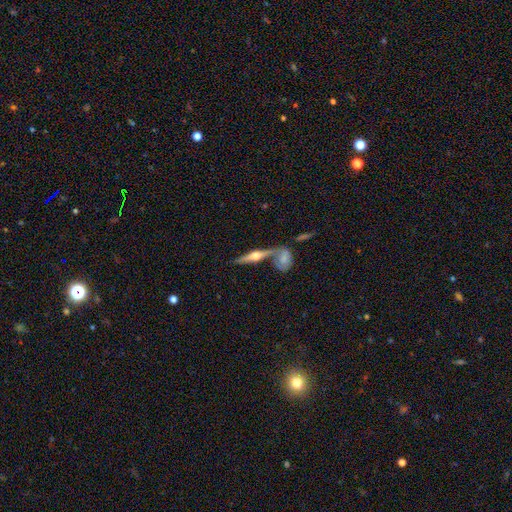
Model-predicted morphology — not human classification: This appears to be a featured or disk galaxy (72%) viewed edge-on (94%) with a rounded central bulge (95%). Merging: none (57%).